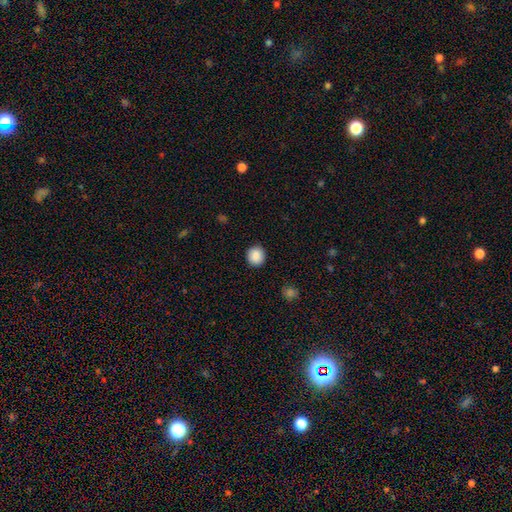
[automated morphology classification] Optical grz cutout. It shows a smooth galaxy with no disk features (88%) that is round (88%). Merging: none (91%).